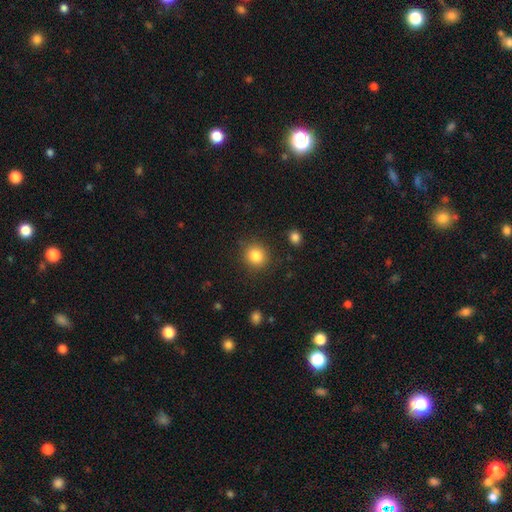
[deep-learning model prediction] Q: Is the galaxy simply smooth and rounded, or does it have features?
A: smooth — 84%.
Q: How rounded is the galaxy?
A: round — 84%.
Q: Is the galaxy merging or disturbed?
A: none — 87%.